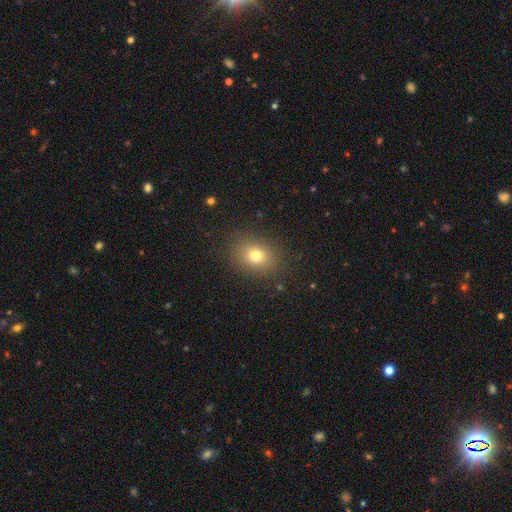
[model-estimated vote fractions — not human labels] Smooth or featured: smooth — 76% (star or artifact — 14%)
How rounded: in between — 52% (round — 47%)
Merging: none — 86% (minor disturbance — 9%)